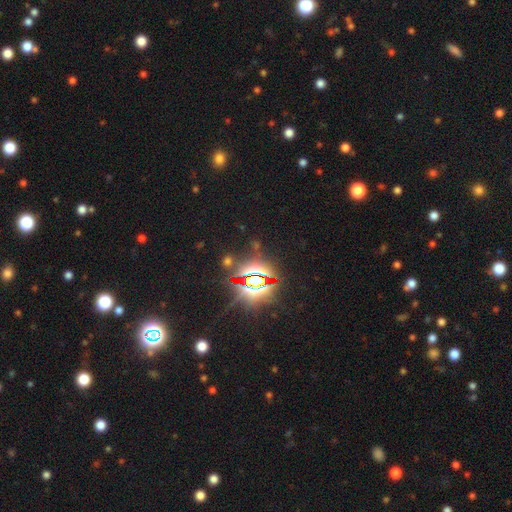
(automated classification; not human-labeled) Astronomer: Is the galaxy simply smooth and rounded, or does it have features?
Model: star or artifact — 83%.